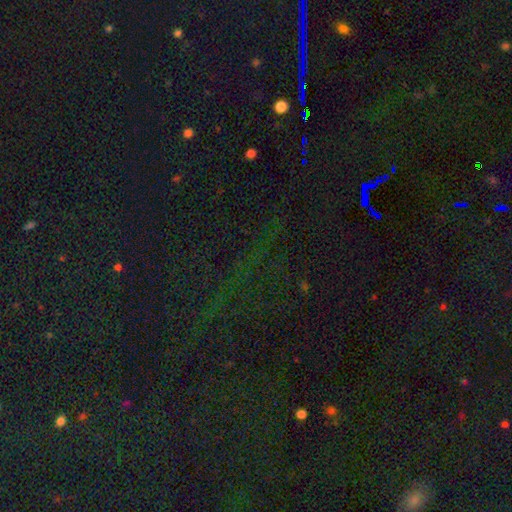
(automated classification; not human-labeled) Morphology: type=star or artifact (81%).